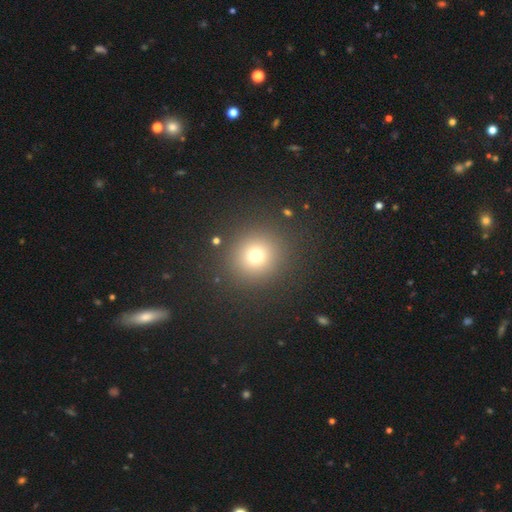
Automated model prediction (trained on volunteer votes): Smooth or featured?
  - smooth: 73% *
  - star or artifact: 19%
  - featured or disk: 9%
How rounded?
  - round: 91% *
  - in between: 8%
  - cigar-shaped: 1%
Merging?
  - none: 89% *
  - minor disturbance: 6%
  - major disturbance: 3%
  - merger: 2%